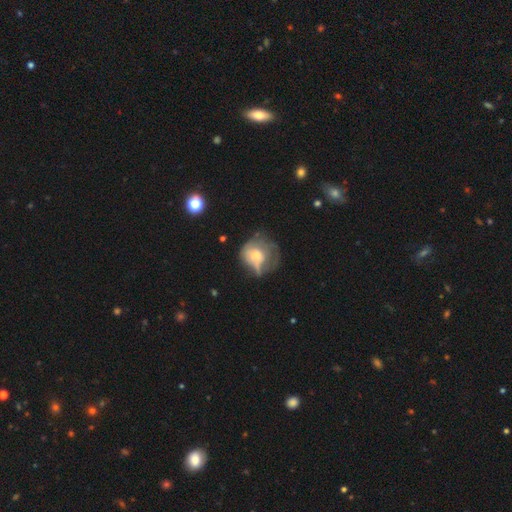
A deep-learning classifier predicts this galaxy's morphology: smooth_or_featured: smooth (p=0.52) [alt: featured or disk p=0.38]
how_rounded: round (p=0.73) [alt: in between p=0.26]
merging: major disturbance (p=0.35) [alt: none p=0.31]